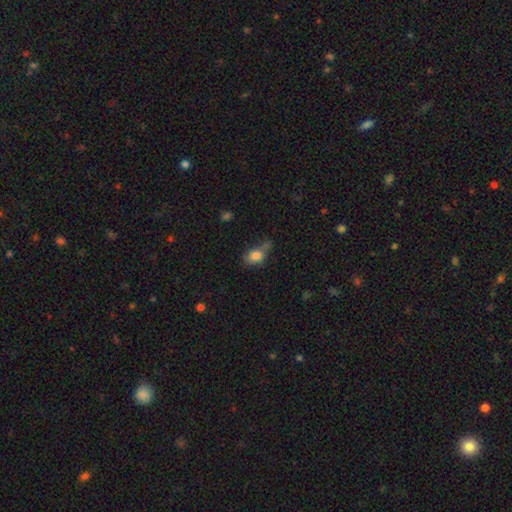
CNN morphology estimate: type=smooth (80%); roundness=in between (68%); merging=none (41%).